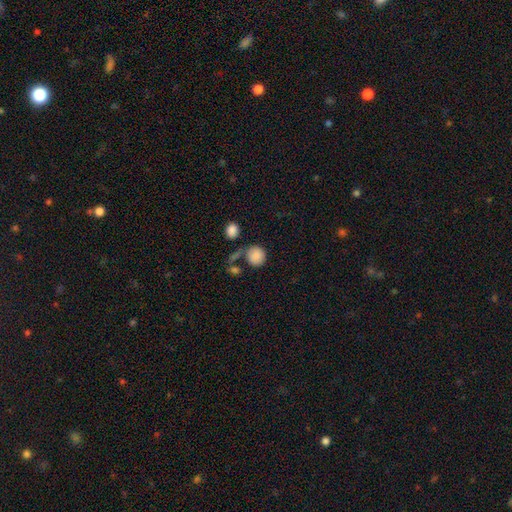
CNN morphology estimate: type=smooth (86%); roundness=round (86%); merging=none (58%).